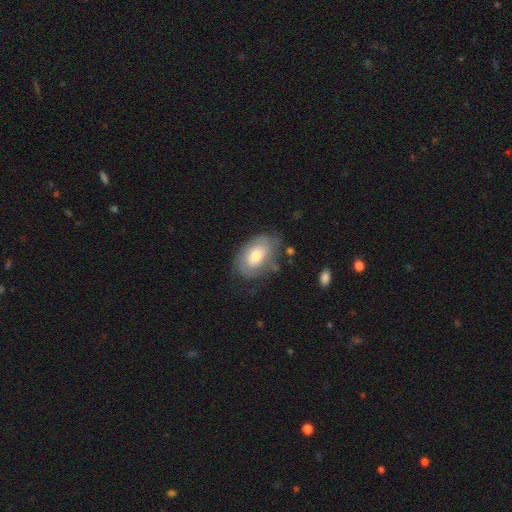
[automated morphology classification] type=featured or disk (49%); merging=none (64%).